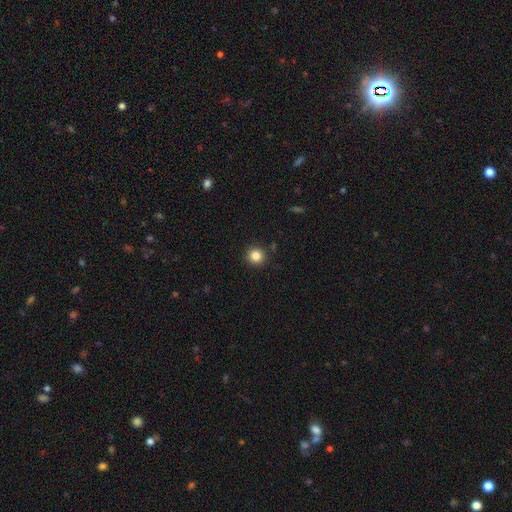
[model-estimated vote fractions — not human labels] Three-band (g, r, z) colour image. It shows a smooth galaxy with no disk features (84%) that is round (92%). Merging: none (90%).